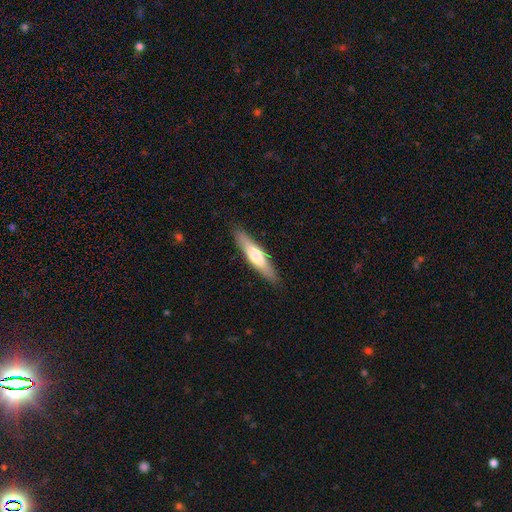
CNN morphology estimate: smooth 55%, featured or disk 40%, star or artifact 5%. Down the decision tree: how rounded — cigar-shaped (79%); merging — none (89%).